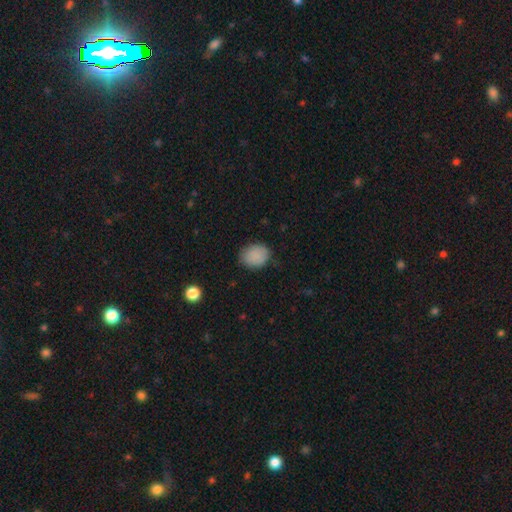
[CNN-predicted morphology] Smooth or featured?
  - smooth: 87% *
  - star or artifact: 8%
  - featured or disk: 4%
How rounded?
  - in between: 50% *
  - round: 49%
  - cigar-shaped: 1%
Merging?
  - none: 79% *
  - minor disturbance: 17%
  - major disturbance: 3%
  - merger: 1%